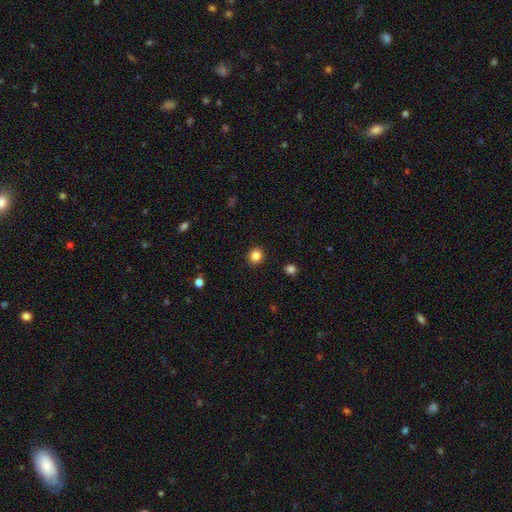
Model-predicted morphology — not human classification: Smooth or featured? Predicted: smooth (p=0.84). How rounded? Predicted: round (p=0.77). Merging? Predicted: none (p=0.91).